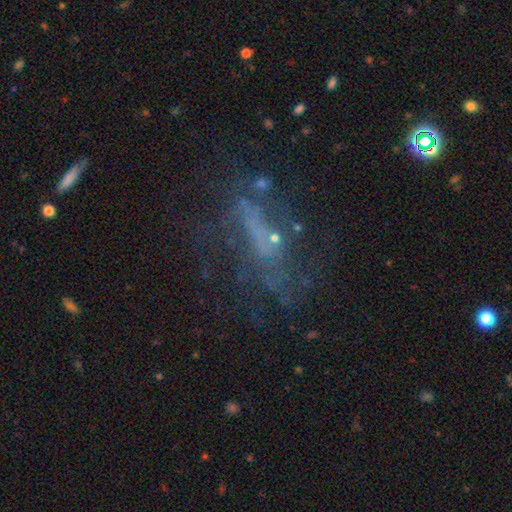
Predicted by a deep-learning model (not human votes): featured or disk 49%, star or artifact 29%, smooth 23%. Down the decision tree: merging — none (50%).